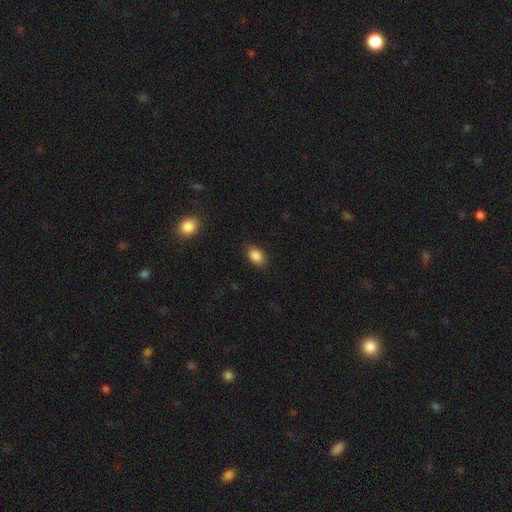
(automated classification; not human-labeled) smooth 88%, star or artifact 8%, featured or disk 4%. Down the decision tree: how rounded — in between (87%); merging — none (87%).